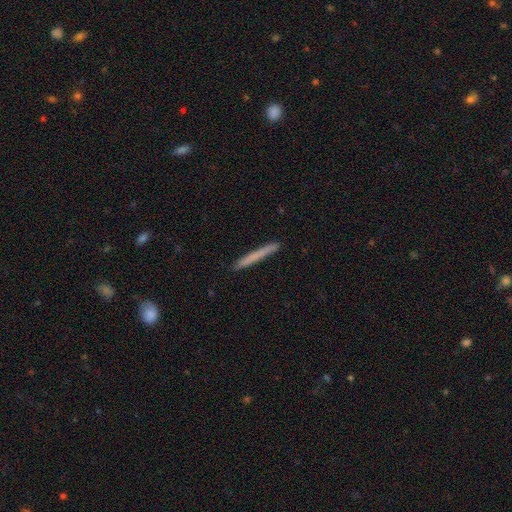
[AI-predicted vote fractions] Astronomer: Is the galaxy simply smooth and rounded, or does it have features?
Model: smooth — 68%.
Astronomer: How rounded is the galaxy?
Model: cigar-shaped — 97%.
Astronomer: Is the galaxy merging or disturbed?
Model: none — 92%.